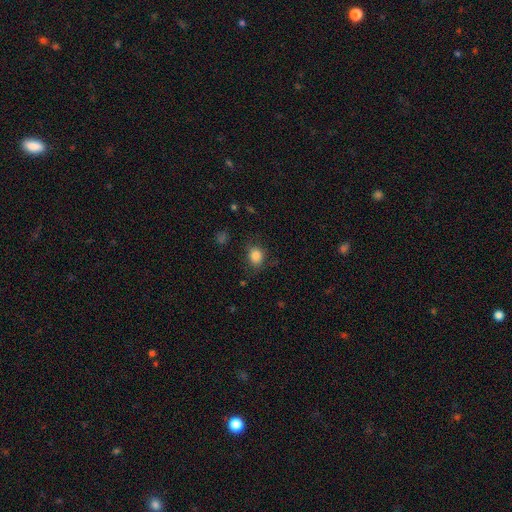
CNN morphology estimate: smooth_or_featured: smooth (p=0.85) [alt: star or artifact p=0.10]
how_rounded: round (p=0.57) [alt: in between p=0.41]
merging: none (p=0.77) [alt: minor disturbance p=0.16]